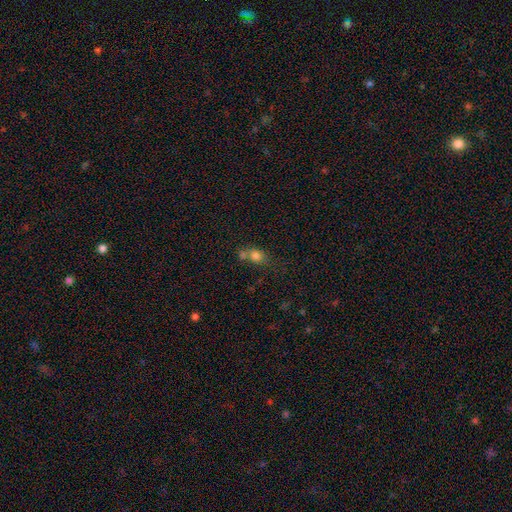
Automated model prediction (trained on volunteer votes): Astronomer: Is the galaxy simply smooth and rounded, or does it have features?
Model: smooth — 77%.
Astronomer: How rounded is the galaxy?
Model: round — 59% (runner-up: in between, 39%).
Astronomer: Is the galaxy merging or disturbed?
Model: merger — 44% (runner-up: none, 39%).